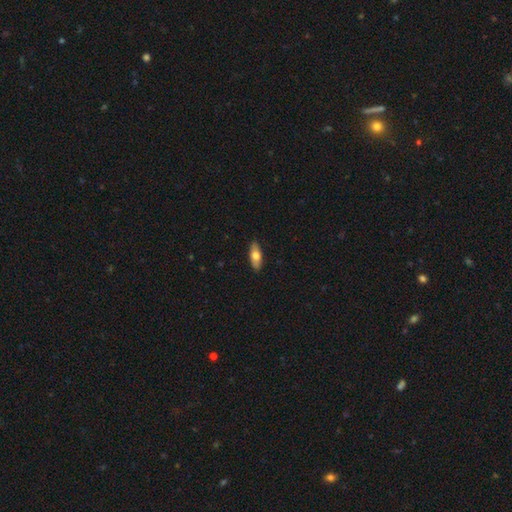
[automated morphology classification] type=smooth (67%); roundness=in between (71%); merging=none (90%).